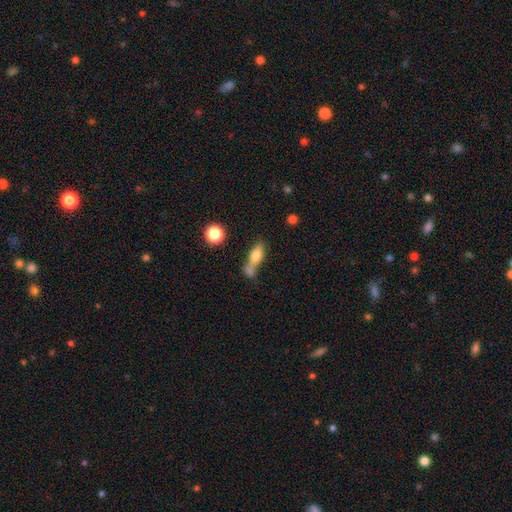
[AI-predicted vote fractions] A smooth galaxy with no disk features (74%) that is in between round and cigar-shaped (67%).

Vote fractions:
- Smooth or featured? smooth: 74% / featured or disk: 17% / star or artifact: 10%
- How rounded? in between: 67% / cigar-shaped: 24% / round: 9%
- Merging? merger: 50% / none: 31% / minor disturbance: 12% / major disturbance: 7%